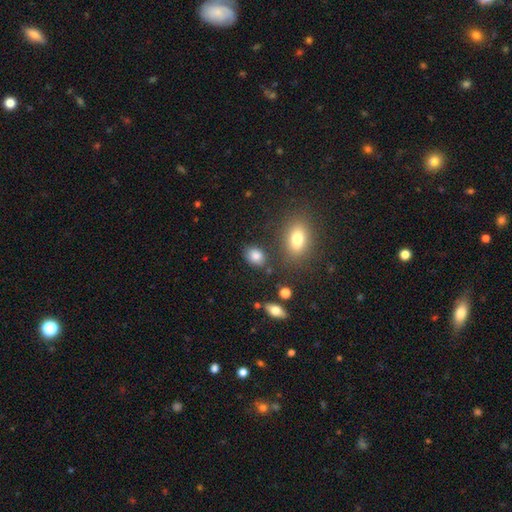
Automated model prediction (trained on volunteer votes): smooth_or_featured: smooth (p=0.83) [alt: star or artifact p=0.10]
how_rounded: in between (p=0.70) [alt: round p=0.29]
merging: none (p=0.76) [alt: minor disturbance p=0.14]